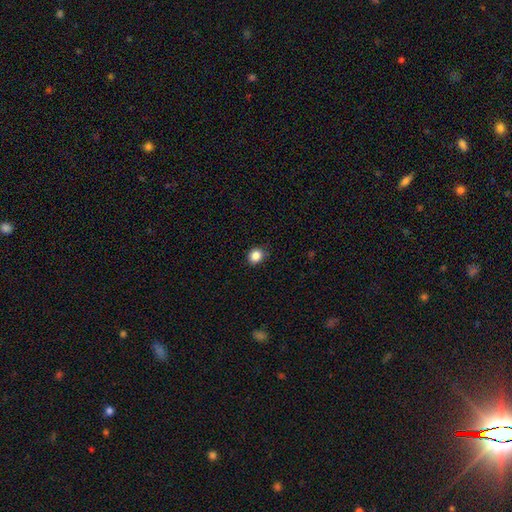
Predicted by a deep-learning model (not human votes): Overall: smooth (86%). How rounded: round (74%). Merging: none (87%).